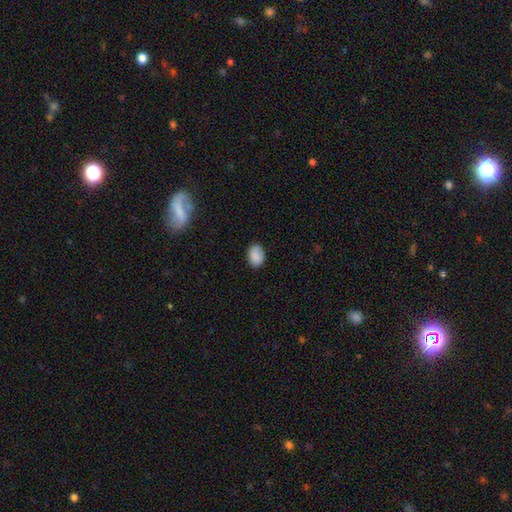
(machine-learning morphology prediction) Smooth or featured: smooth — 87% (star or artifact — 8%)
How rounded: in between — 71% (round — 28%)
Merging: none — 83% (minor disturbance — 13%)